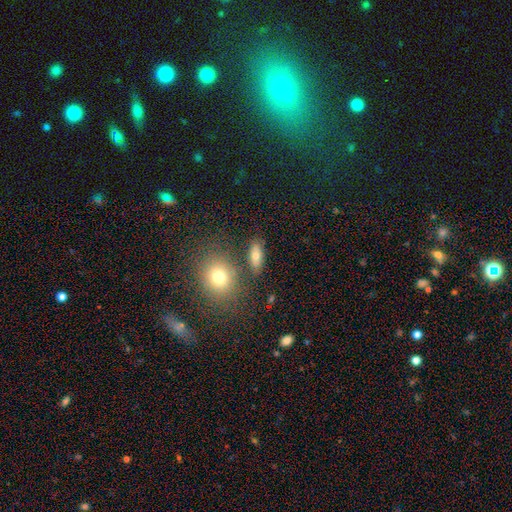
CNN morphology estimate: Smooth or featured: smooth — 70% (featured or disk — 17%)
How rounded: in between — 74% (round — 13%)
Merging: none — 76% (minor disturbance — 12%)